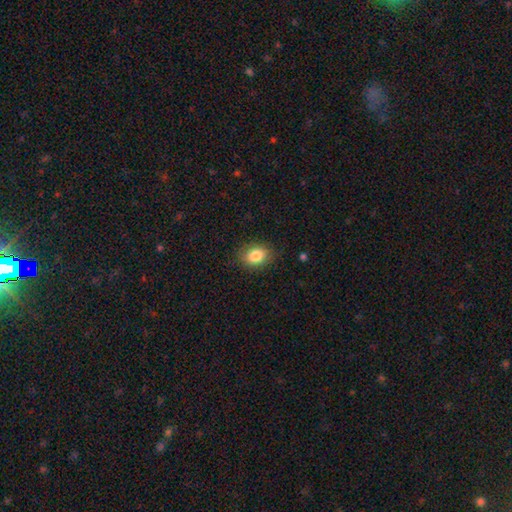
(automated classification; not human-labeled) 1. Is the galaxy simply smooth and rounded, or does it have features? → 84% smooth, 9% star or artifact, 7% featured or disk.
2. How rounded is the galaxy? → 64% in between, 35% round, 1% cigar-shaped.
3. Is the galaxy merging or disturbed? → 85% none, 11% minor disturbance, 3% major disturbance, 1% merger.